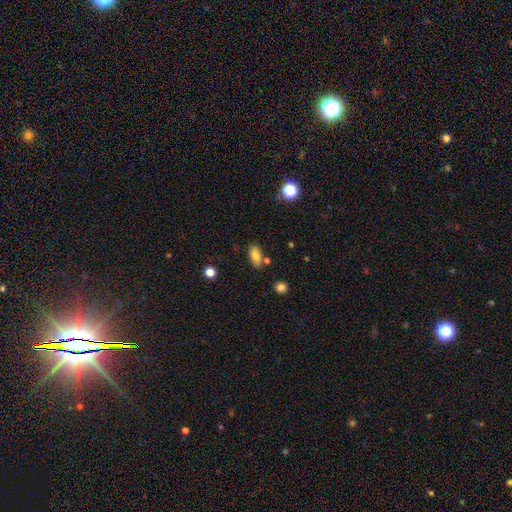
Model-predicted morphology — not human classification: smooth_or_featured: smooth (p=0.78) [alt: featured or disk p=0.12]
how_rounded: in between (p=0.87) [alt: cigar-shaped p=0.09]
merging: none (p=0.75) [alt: minor disturbance p=0.13]